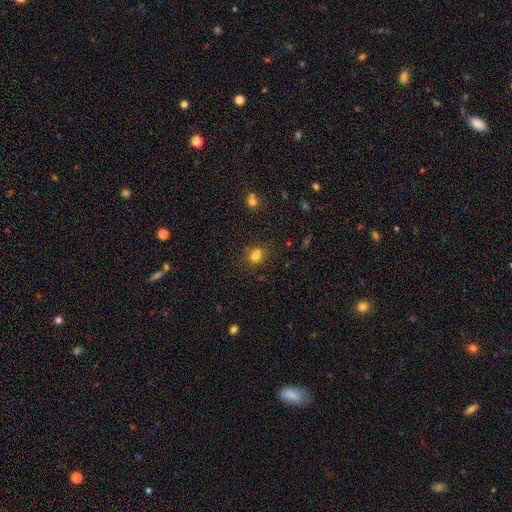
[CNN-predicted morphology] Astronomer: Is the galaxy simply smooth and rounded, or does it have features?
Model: smooth — 76%.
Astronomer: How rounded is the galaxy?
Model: round — 61% (runner-up: in between, 38%).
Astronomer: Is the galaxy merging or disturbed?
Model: none — 63%.